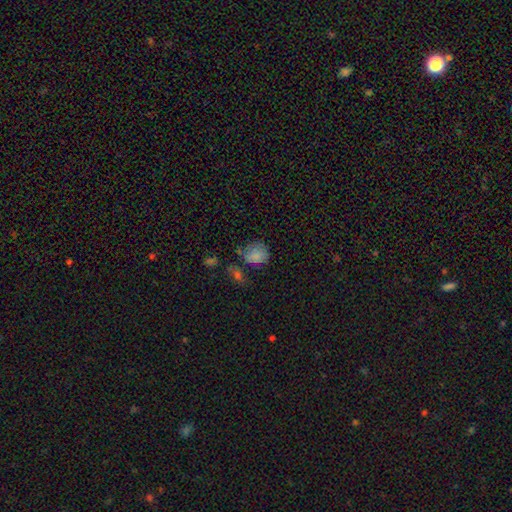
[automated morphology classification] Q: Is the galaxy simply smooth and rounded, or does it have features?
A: smooth — 77%.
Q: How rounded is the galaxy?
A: round — 63%.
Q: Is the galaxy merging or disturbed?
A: none — 55%.